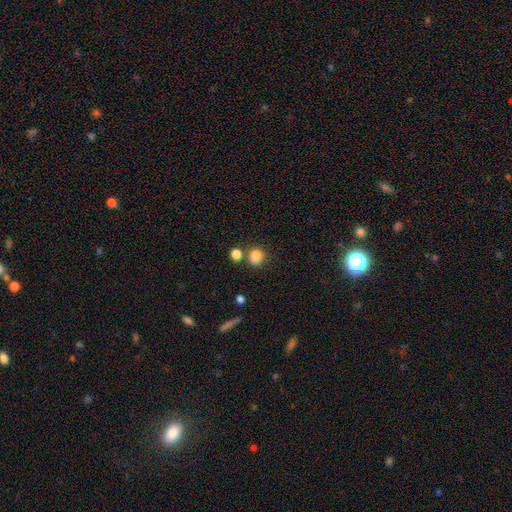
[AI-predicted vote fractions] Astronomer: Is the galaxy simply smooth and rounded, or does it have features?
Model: smooth — 83%.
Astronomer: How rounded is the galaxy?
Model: round — 79%.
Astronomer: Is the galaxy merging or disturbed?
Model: none — 66%.